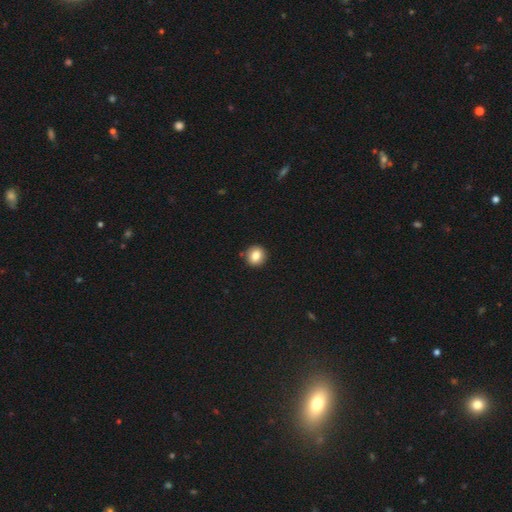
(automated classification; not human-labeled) Overall: smooth (83%). How rounded: round (86%). Merging: none (89%).